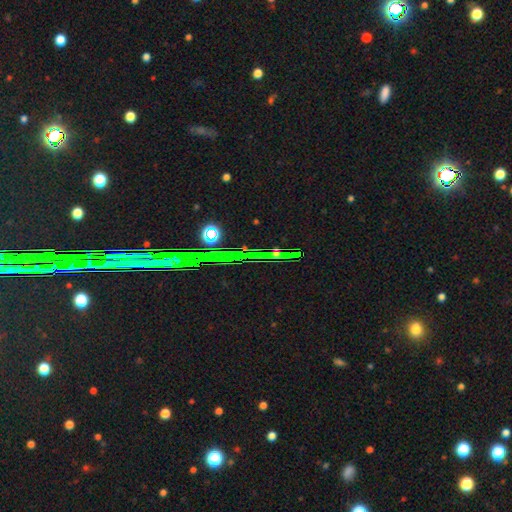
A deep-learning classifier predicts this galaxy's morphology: This is clearly a star or artifact rather than a galaxy (81%).